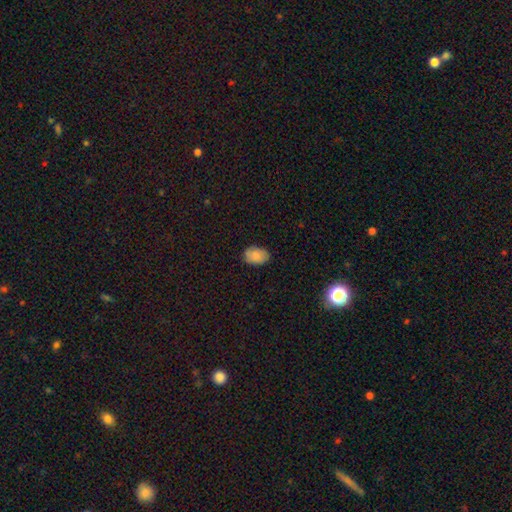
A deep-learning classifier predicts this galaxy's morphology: smooth 85%, star or artifact 7%, featured or disk 7%. Down the decision tree: how rounded — in between (84%); merging — none (82%).